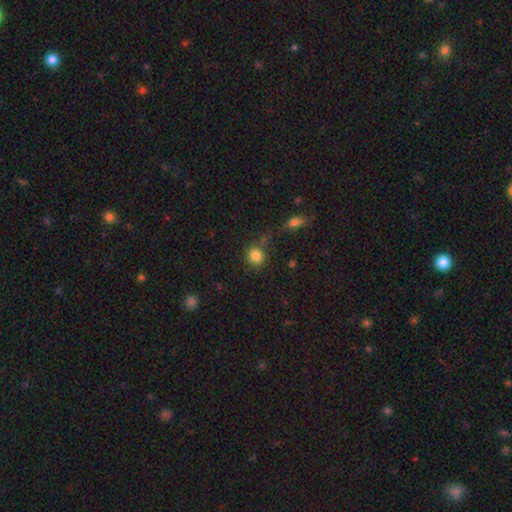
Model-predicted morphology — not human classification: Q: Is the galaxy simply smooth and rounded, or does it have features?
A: smooth — 85%.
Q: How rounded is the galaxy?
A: round — 77%.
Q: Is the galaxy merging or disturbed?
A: none — 76%.